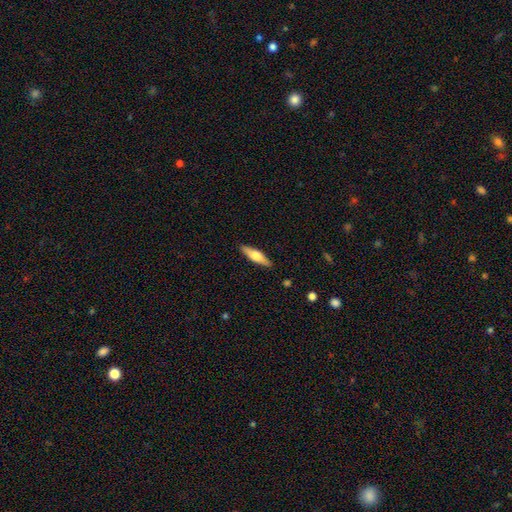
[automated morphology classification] smooth 52%, featured or disk 43%, star or artifact 5%. Down the decision tree: how rounded — cigar-shaped (61%); merging — none (89%).